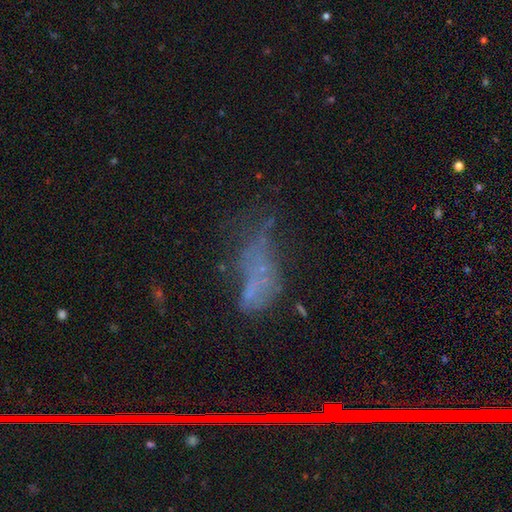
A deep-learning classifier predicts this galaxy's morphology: This is marginally a featured or disk galaxy (38%). Merging: marginally major disturbance (36%).